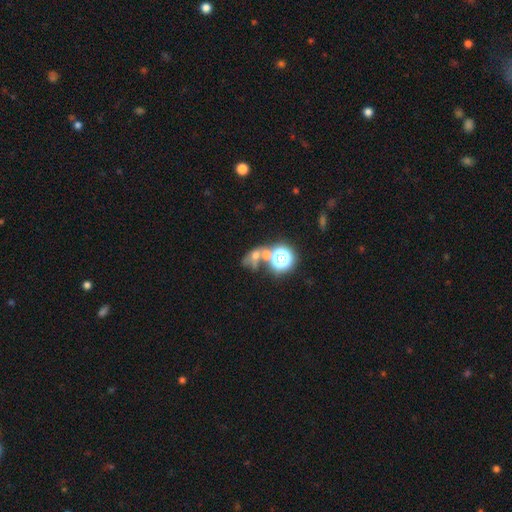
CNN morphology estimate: This appears to be a smooth galaxy with no disk features (43%). Merging: merger (42%).